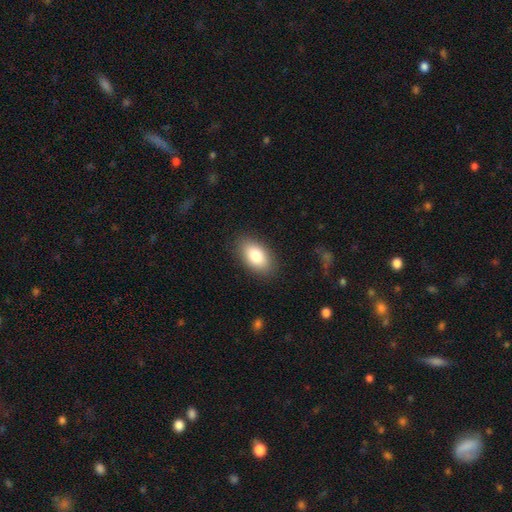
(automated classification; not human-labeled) This is clearly a smooth galaxy (84%). How rounded: clearly in between (93%). Merging: clearly none (86%).